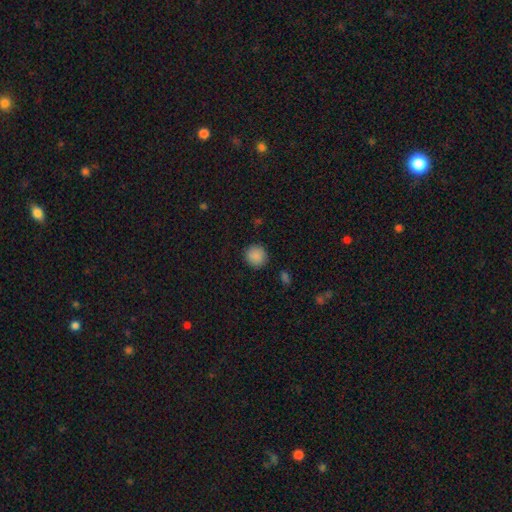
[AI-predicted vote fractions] smooth_or_featured: smooth (p=0.88) [alt: star or artifact p=0.09]
how_rounded: round (p=0.92) [alt: in between p=0.07]
merging: none (p=0.90) [alt: minor disturbance p=0.07]